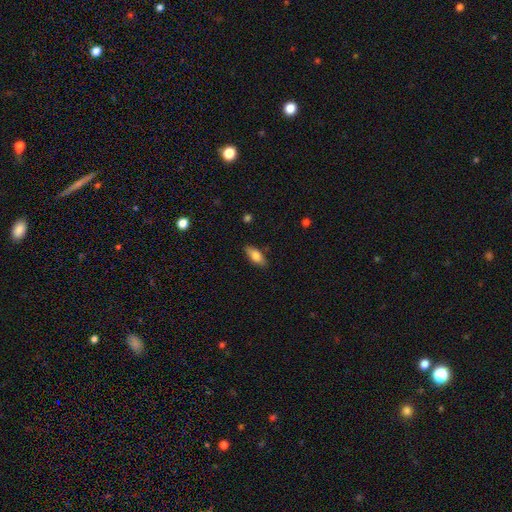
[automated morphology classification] A smooth galaxy with no disk features (79%) that is in between round and cigar-shaped (84%).

Vote fractions:
- Smooth or featured? smooth: 79% / featured or disk: 14% / star or artifact: 7%
- How rounded? in between: 84% / cigar-shaped: 14% / round: 2%
- Merging? none: 84% / minor disturbance: 12% / major disturbance: 2% / merger: 1%